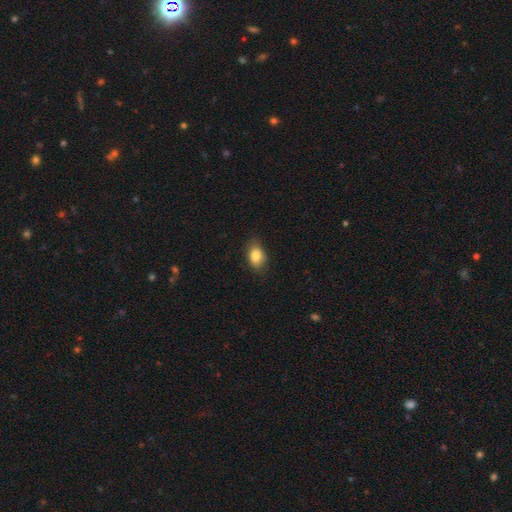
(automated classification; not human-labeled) Smooth or featured? Predicted: smooth (p=0.83). How rounded? Predicted: in between (p=0.80). Merging? Predicted: none (p=0.78).